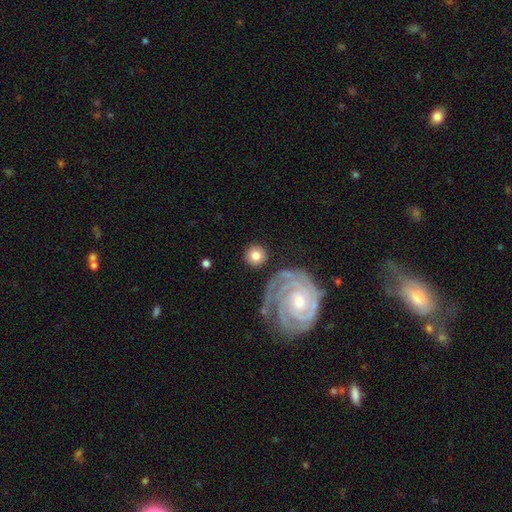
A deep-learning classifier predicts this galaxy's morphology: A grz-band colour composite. It shows a smooth galaxy with no disk features (75%) that is round (92%). Merging: none (85%).